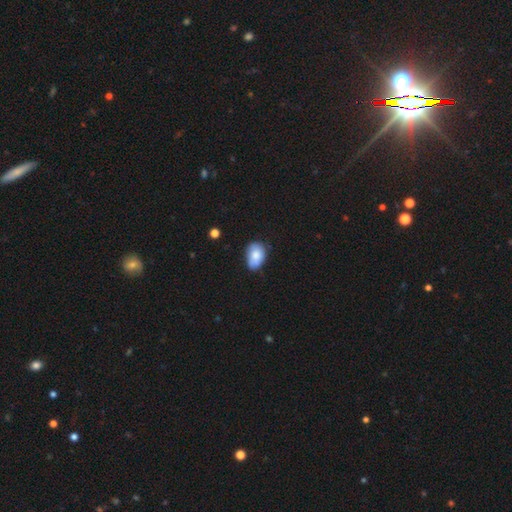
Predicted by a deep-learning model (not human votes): Q: Smooth or featured?
A: smooth (78%); runner-up: featured or disk (14%)
Q: How rounded?
A: in between (81%); runner-up: round (18%)
Q: Merging?
A: none (51%); runner-up: minor disturbance (37%)